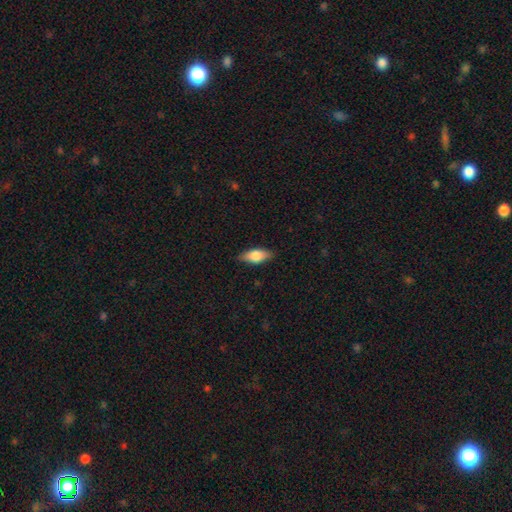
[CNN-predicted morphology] type=smooth (72%); roundness=in between (81%); merging=none (85%).